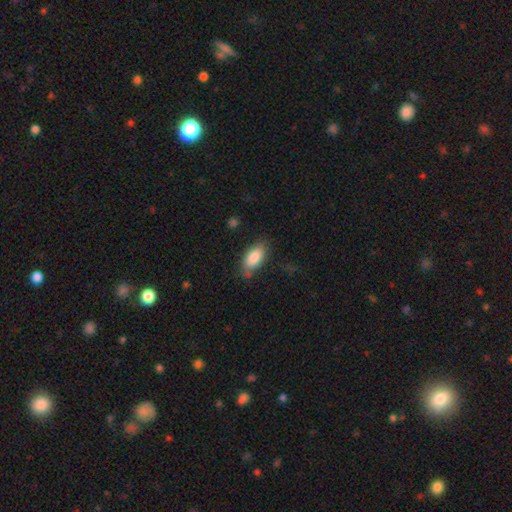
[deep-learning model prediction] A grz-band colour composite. It shows a smooth galaxy with no disk features (83%) that is in between round and cigar-shaped (88%). Merging: none (75%).